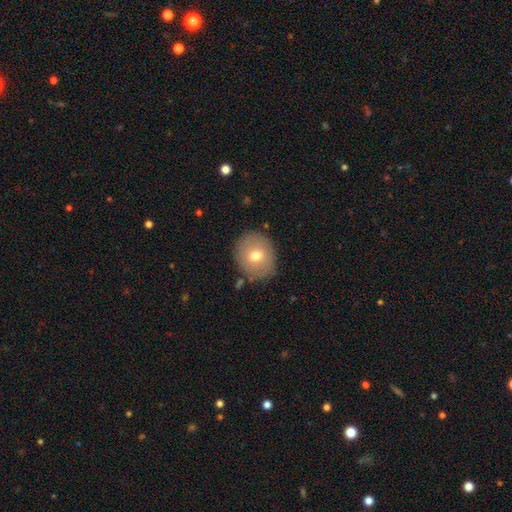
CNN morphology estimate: smooth 69%, featured or disk 21%, star or artifact 9%. Down the decision tree: how rounded — round (73%); merging — none (85%).